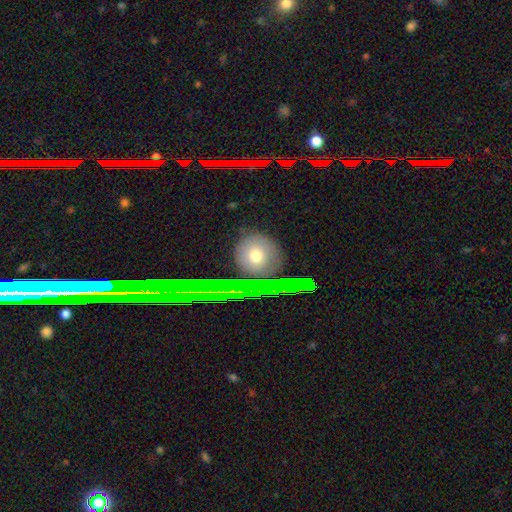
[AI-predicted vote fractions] smooth 69%, star or artifact 16%, featured or disk 15%. Down the decision tree: how rounded — round (83%); merging — none (82%).